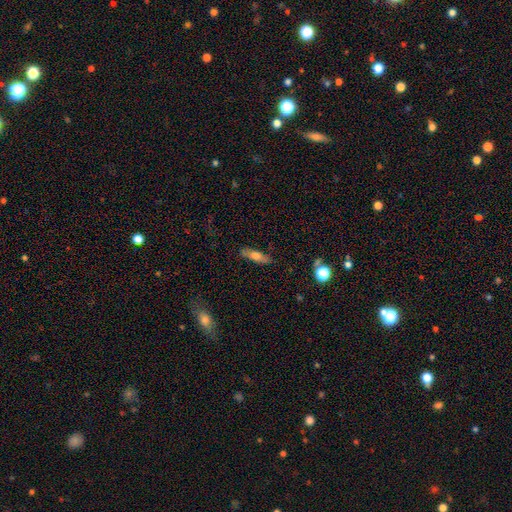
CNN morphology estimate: Overall: smooth (64%; featured or disk 28%). How rounded: cigar-shaped (56%; in between 41%). Merging: none (84%).